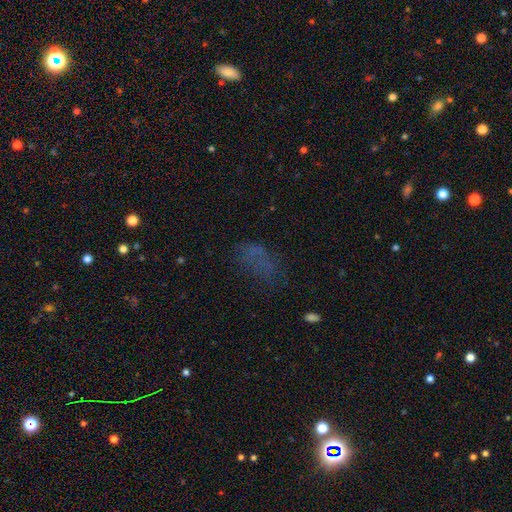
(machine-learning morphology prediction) smooth-or-featured: smooth: 47% | star or artifact: 29% | featured or disk: 24%
  merging: none: 44% | major disturbance: 31% | minor disturbance: 20% | merger: 4%